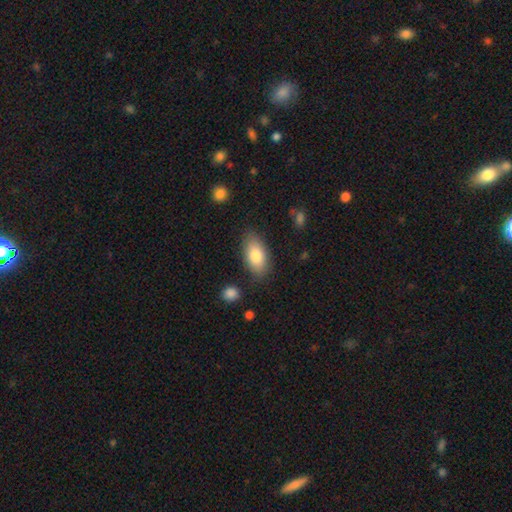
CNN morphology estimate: smooth-or-featured: smooth: 81% | featured or disk: 13% | star or artifact: 6%
  how-rounded: in between: 92% | round: 4% | cigar-shaped: 4%
  merging: none: 81% | minor disturbance: 13% | major disturbance: 3% | merger: 2%